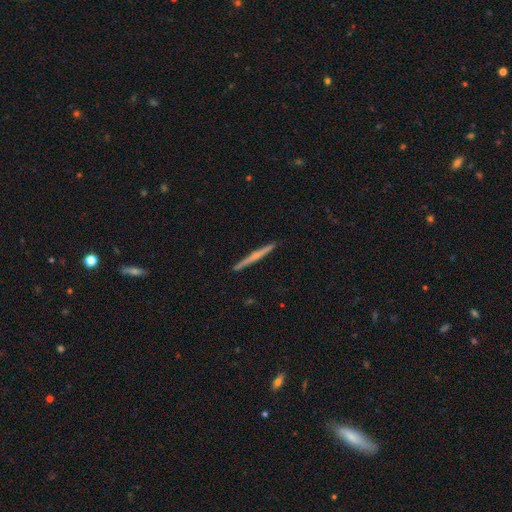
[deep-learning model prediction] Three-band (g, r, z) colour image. It shows a featured or disk galaxy (58%) viewed edge-on (98%) with no central bulge (59%). Merging: none (93%).